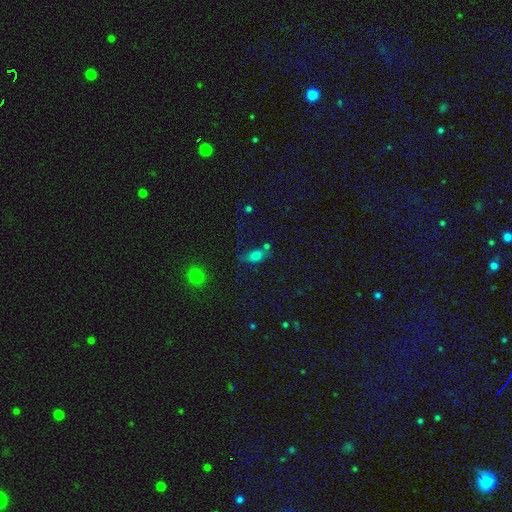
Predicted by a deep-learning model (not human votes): Smooth or featured? smooth (74%)
How rounded? in between (76%)
Merging? none (46%)